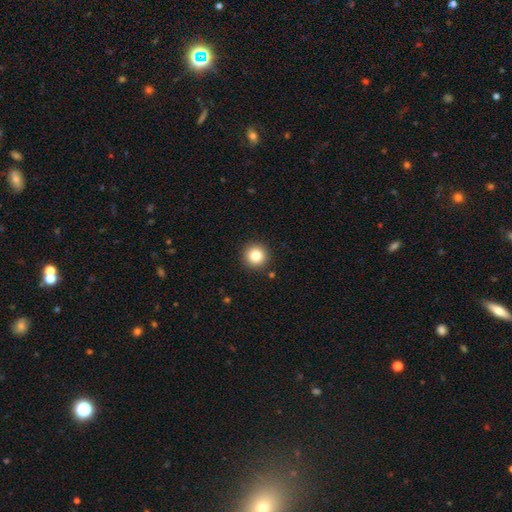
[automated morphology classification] type=smooth (82%); roundness=round (95%); merging=none (91%).